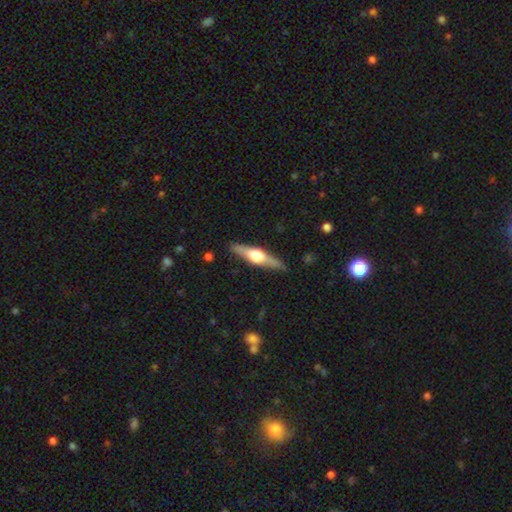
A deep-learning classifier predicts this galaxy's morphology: A featured or disk galaxy (69%) viewed edge-on (96%) with a rounded central bulge (94%).

Vote fractions:
- Smooth or featured? featured or disk: 69% / smooth: 26% / star or artifact: 5%
- Edge-on disk? yes: 96% / no: 4%
- Edge-on bulge? rounded: 94% / boxy: 5% / none: 2%
- Merging? none: 88% / minor disturbance: 9% / major disturbance: 2% / merger: 1%